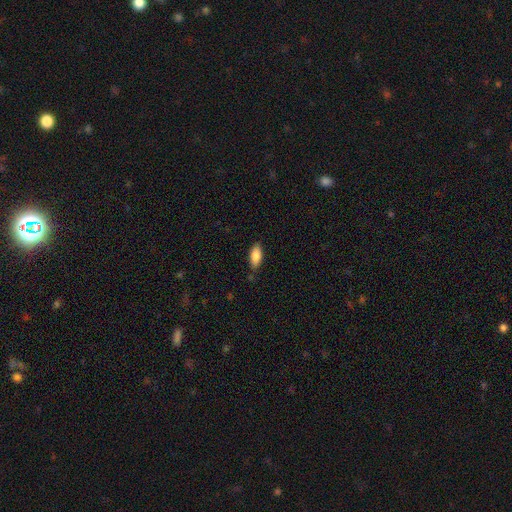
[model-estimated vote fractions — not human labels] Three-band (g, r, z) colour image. It shows a smooth galaxy with no disk features (86%) that is in between round and cigar-shaped (86%). Merging: none (80%).